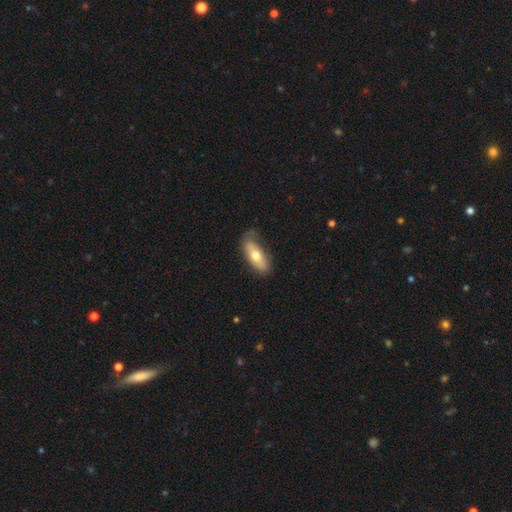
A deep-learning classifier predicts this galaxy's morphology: type=smooth (62%); roundness=in between (74%); merging=none (62%).